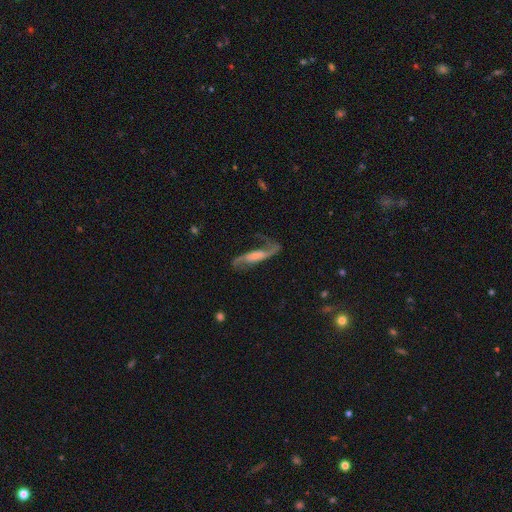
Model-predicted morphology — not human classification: smooth_or_featured: featured or disk (p=0.83) [alt: smooth p=0.12]
disk_edge_on: no (p=0.88) [alt: yes p=0.12]
bar: no (p=0.40) [alt: weak p=0.34]
has_spiral_arms: yes (p=0.95) [alt: no p=0.05]
spiral_winding: loose (p=0.74) [alt: medium p=0.21]
spiral_arm_count: 2 (p=0.90) [alt: 1 p=0.05]
bulge_size: small (p=0.42) [alt: none p=0.24]
merging: none (p=0.66) [alt: minor disturbance p=0.16]